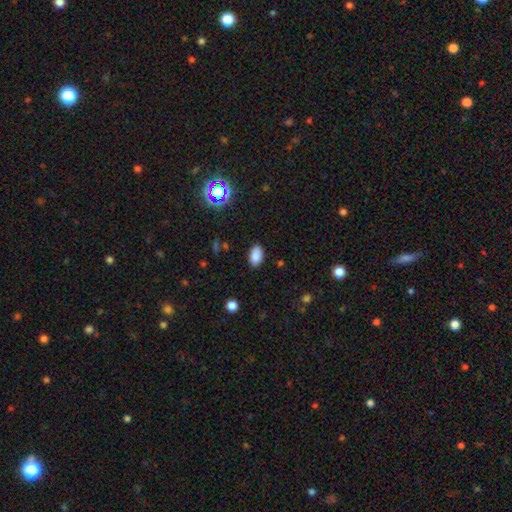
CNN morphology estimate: smooth-or-featured: smooth: 84% | star or artifact: 11% | featured or disk: 5%
  how-rounded: in between: 92% | round: 6% | cigar-shaped: 1%
  merging: none: 87% | minor disturbance: 9% | major disturbance: 2% | merger: 1%